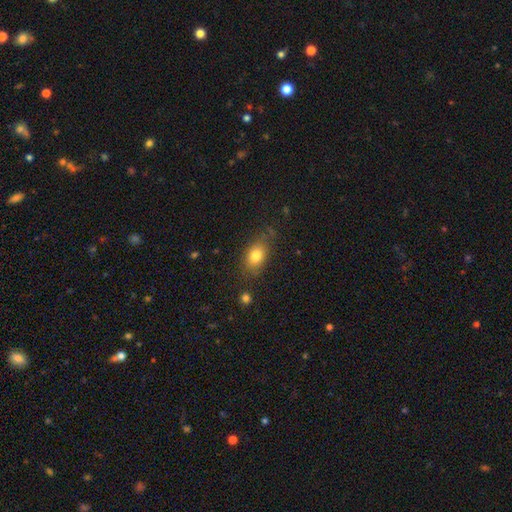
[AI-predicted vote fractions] Smooth or featured? smooth (81%)
How rounded? in between (81%)
Merging? none (75%)